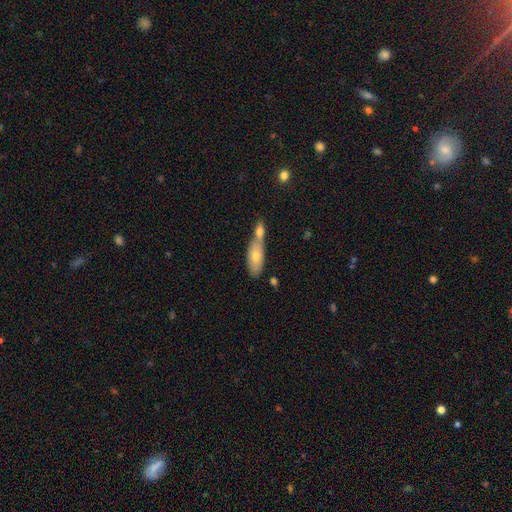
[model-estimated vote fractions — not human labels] This is likely a smooth galaxy (64%). How rounded: likely in between (65%). Merging: possibly merger (47%).